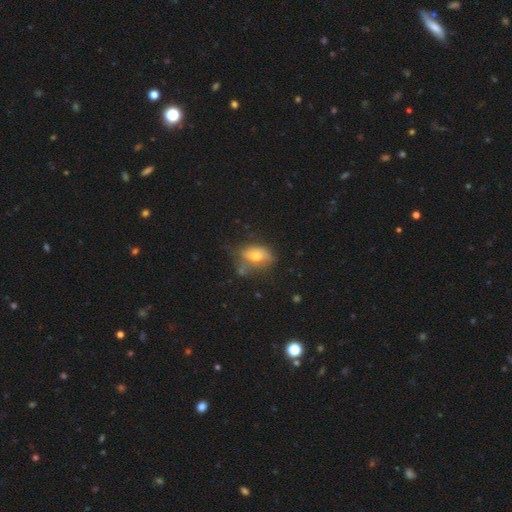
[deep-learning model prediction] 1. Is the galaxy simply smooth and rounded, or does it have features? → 55% smooth, 34% featured or disk, 10% star or artifact.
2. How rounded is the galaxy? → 84% in between, 10% round, 6% cigar-shaped.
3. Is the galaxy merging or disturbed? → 45% none, 32% minor disturbance, 16% major disturbance, 8% merger.